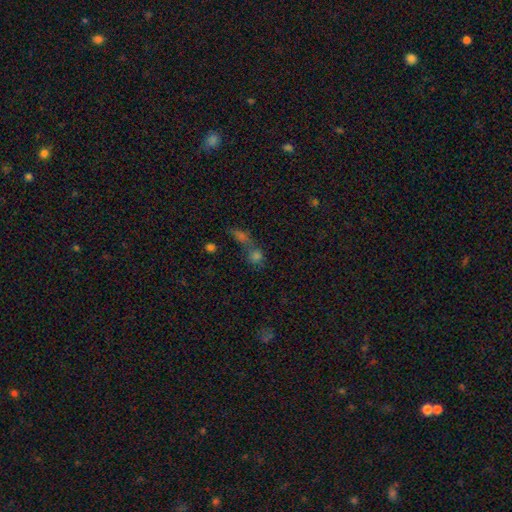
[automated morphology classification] smooth_or_featured: smooth (p=0.61) [alt: star or artifact p=0.26]
how_rounded: round (p=0.70) [alt: in between p=0.26]
merging: merger (p=0.53) [alt: none p=0.35]